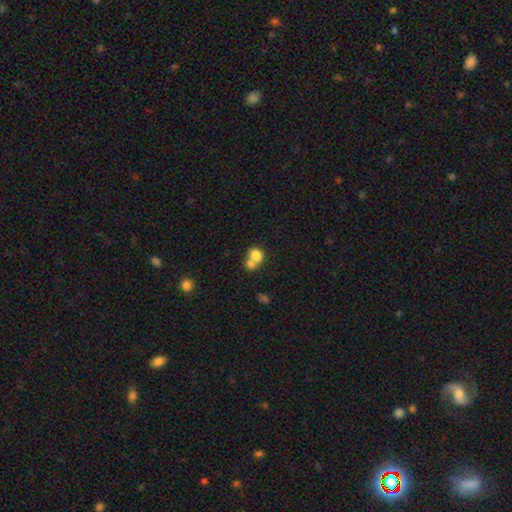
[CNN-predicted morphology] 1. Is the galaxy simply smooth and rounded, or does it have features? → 78% smooth, 12% featured or disk, 10% star or artifact.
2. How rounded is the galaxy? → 52% in between, 47% round, 1% cigar-shaped.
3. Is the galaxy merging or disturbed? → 60% merger, 29% none, 7% minor disturbance, 4% major disturbance.